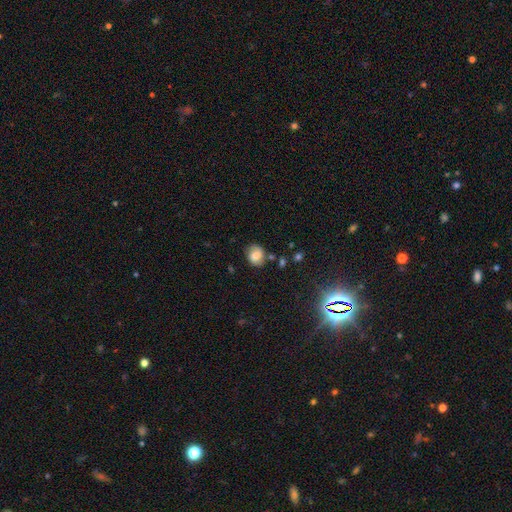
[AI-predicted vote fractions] Q: Smooth or featured?
A: smooth (70%); runner-up: featured or disk (19%)
Q: How rounded?
A: round (58%); runner-up: in between (41%)
Q: Merging?
A: none (72%); runner-up: minor disturbance (19%)